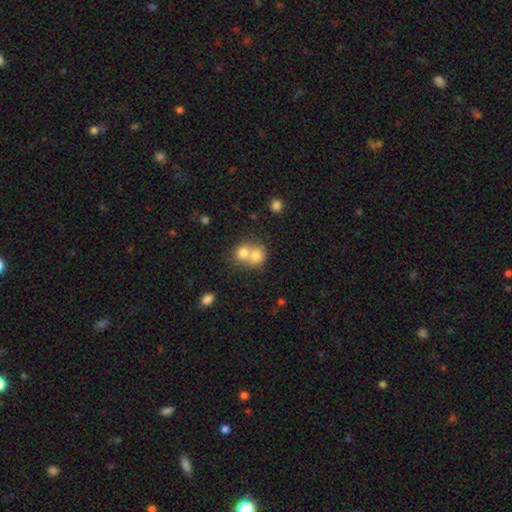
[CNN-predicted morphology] A smooth galaxy with no disk features (75%) that is round (77%).

Vote fractions:
- Smooth or featured? smooth: 75% / featured or disk: 15% / star or artifact: 10%
- How rounded? round: 77% / in between: 22% / cigar-shaped: 1%
- Merging? merger: 66% / none: 27% / minor disturbance: 5% / major disturbance: 2%